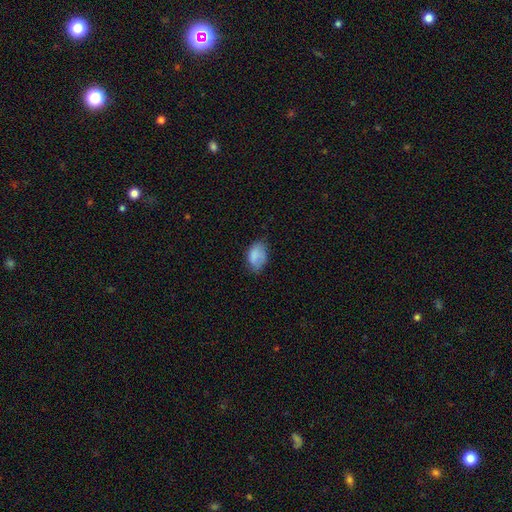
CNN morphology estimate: Smooth or featured?
  - smooth: 81% *
  - featured or disk: 10%
  - star or artifact: 8%
How rounded?
  - in between: 86% *
  - round: 13%
  - cigar-shaped: 1%
Merging?
  - none: 59% *
  - minor disturbance: 31%
  - major disturbance: 9%
  - merger: 2%